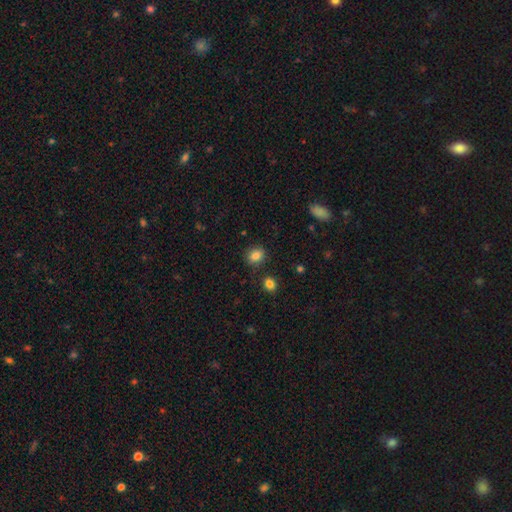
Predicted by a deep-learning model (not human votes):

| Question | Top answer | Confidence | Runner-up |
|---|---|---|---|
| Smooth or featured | smooth | 85% | star or artifact (10%) |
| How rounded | round | 56% | in between (43%) |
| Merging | none | 84% | minor disturbance (10%) |